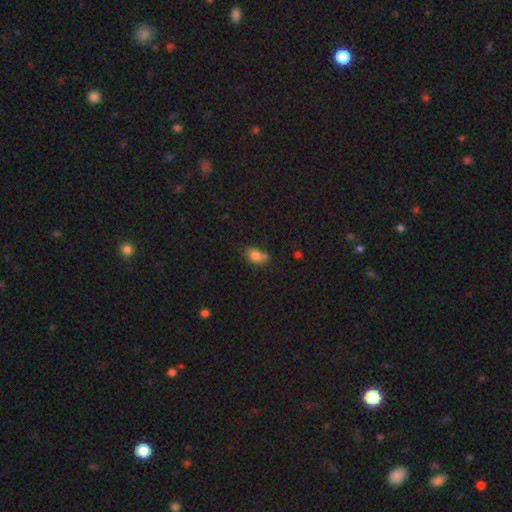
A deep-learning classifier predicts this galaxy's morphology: smooth-or-featured: smooth: 81% | star or artifact: 10% | featured or disk: 8%
  how-rounded: in between: 74% | round: 24% | cigar-shaped: 2%
  merging: none: 47% | minor disturbance: 24% | merger: 21% | major disturbance: 8%